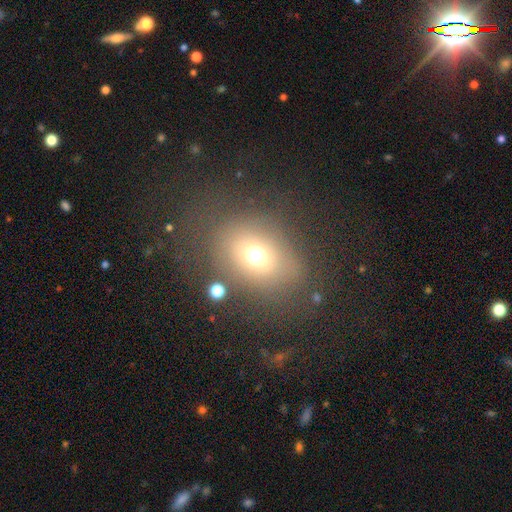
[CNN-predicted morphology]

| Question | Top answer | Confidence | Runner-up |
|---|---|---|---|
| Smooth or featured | smooth | 66% | star or artifact (19%) |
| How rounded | round | 55% | in between (43%) |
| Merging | none | 68% | minor disturbance (14%) |